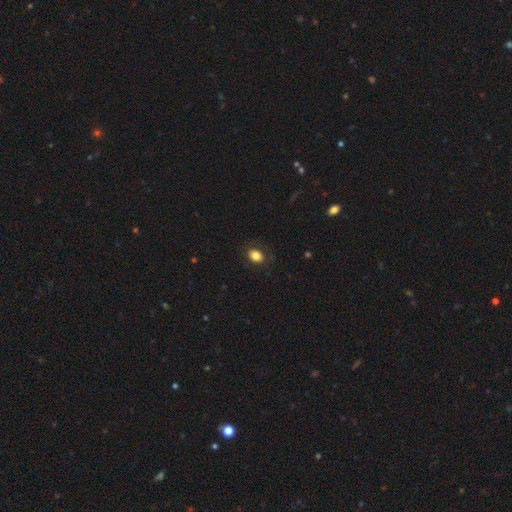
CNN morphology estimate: Smooth or featured? Predicted: smooth (p=0.84). How rounded? Predicted: in between (p=0.59). Merging? Predicted: none (p=0.85).